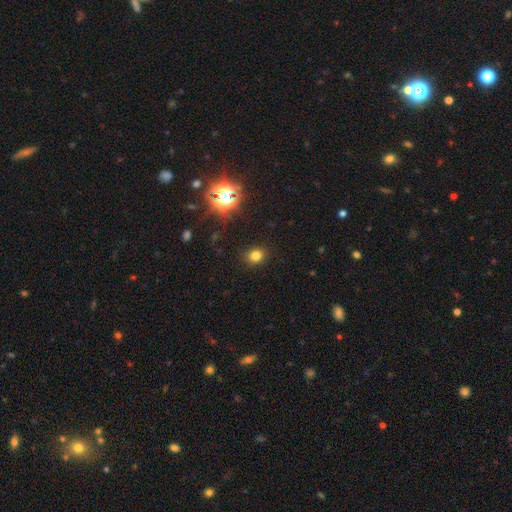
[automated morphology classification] smooth_or_featured: smooth (p=0.77) [alt: star or artifact p=0.17]
how_rounded: round (p=0.66) [alt: in between p=0.33]
merging: none (p=0.88) [alt: minor disturbance p=0.08]